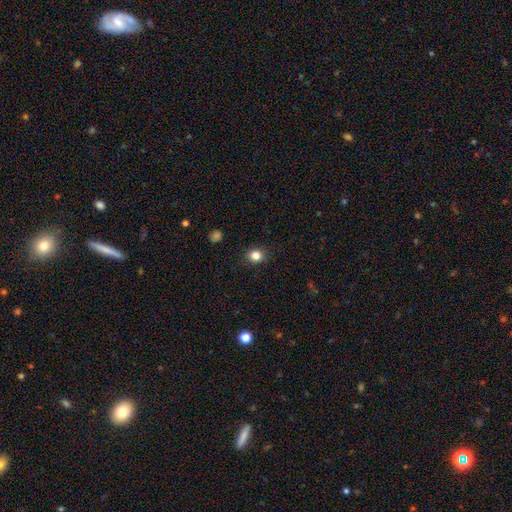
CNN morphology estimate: A smooth galaxy with no disk features (83%) that is round (79%). Merging: none (89%).